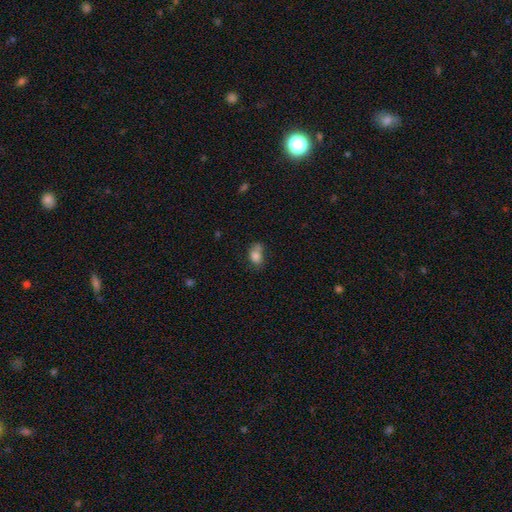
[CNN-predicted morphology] smooth 80%, star or artifact 10%, featured or disk 10%. Down the decision tree: how rounded — in between (77%); merging — none (43%).